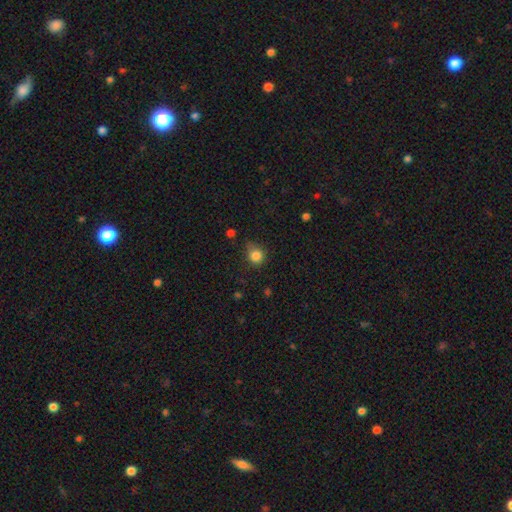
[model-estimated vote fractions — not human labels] A smooth galaxy with no disk features (83%) that is round (84%).

Vote fractions:
- Smooth or featured? smooth: 83% / star or artifact: 11% / featured or disk: 5%
- How rounded? round: 84% / in between: 15% / cigar-shaped: 1%
- Merging? none: 66% / minor disturbance: 26% / major disturbance: 6% / merger: 3%